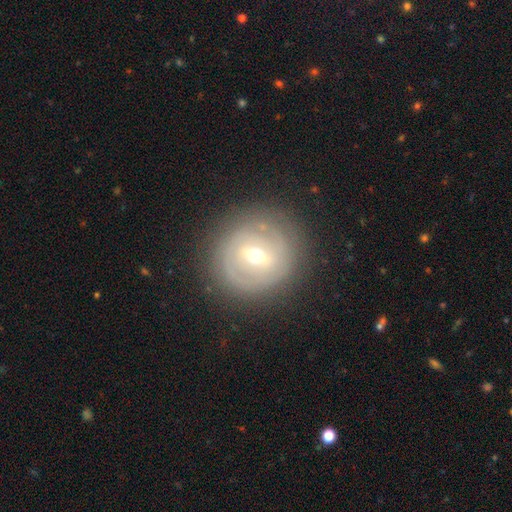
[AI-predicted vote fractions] featured or disk 69%, smooth 24%, star or artifact 7%. Down the decision tree: edge-on disk — no (95%); bar — weak (52%); spiral arms — yes (62%); bulge size — moderate (62%); merging — none (81%).